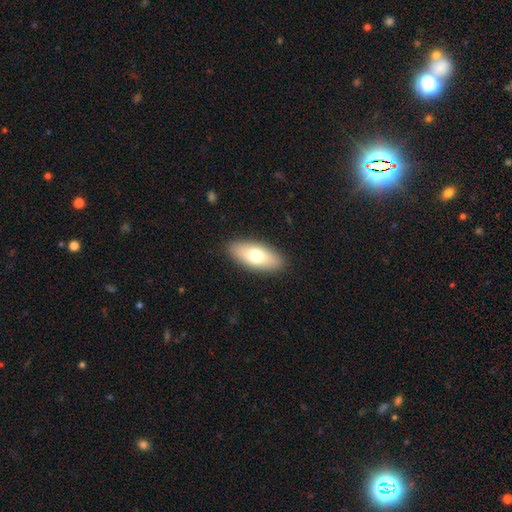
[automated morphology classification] This is likely a smooth galaxy (71%). How rounded: clearly in between (82%). Merging: clearly none (89%).